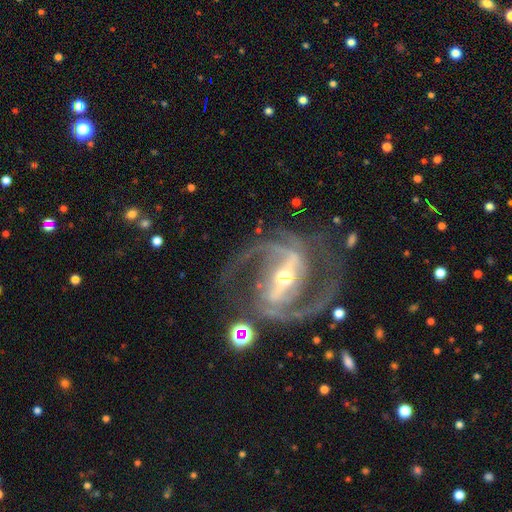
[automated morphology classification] type=featured or disk (92%); edge-on=no (97%); bar=strong (71%); spiral arms=yes (98%); winding=medium (61%); arm count=2 (89%); bulge=small (51%); merging=none (73%).